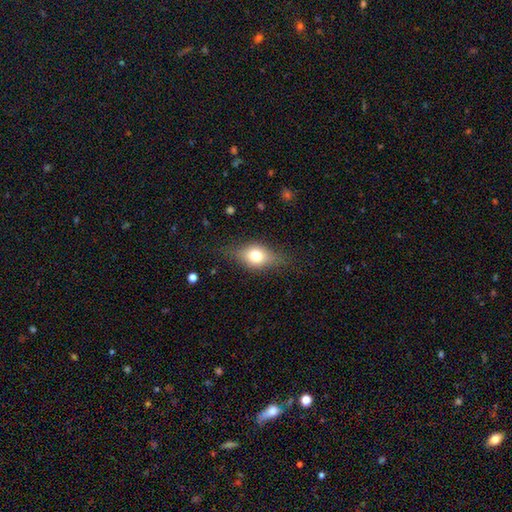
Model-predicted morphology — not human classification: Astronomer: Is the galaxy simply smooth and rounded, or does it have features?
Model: smooth — 63%.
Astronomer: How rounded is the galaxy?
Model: in between — 65%.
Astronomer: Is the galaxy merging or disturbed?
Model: none — 72%.